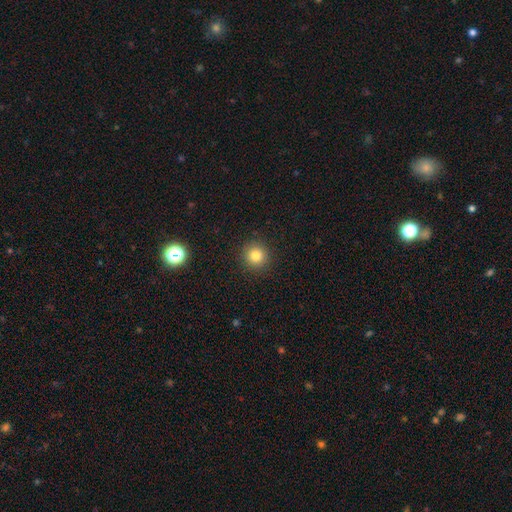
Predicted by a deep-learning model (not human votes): A smooth galaxy with no disk features (81%) that is round (94%).

Vote fractions:
- Smooth or featured? smooth: 81% / star or artifact: 12% / featured or disk: 7%
- How rounded? round: 94% / in between: 5% / cigar-shaped: 1%
- Merging? none: 91% / minor disturbance: 5% / major disturbance: 2% / merger: 1%